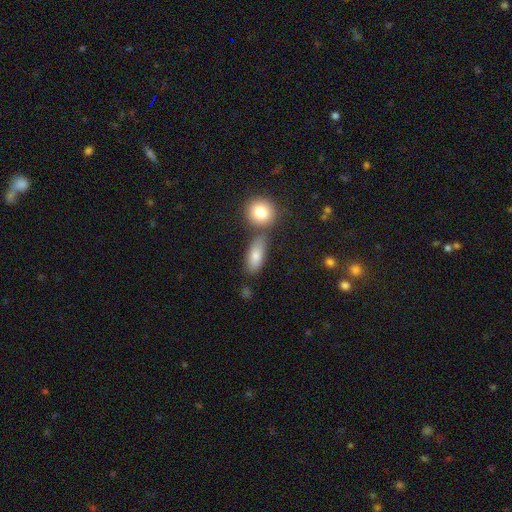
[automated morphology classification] type=smooth (79%); roundness=in between (76%); merging=none (65%).